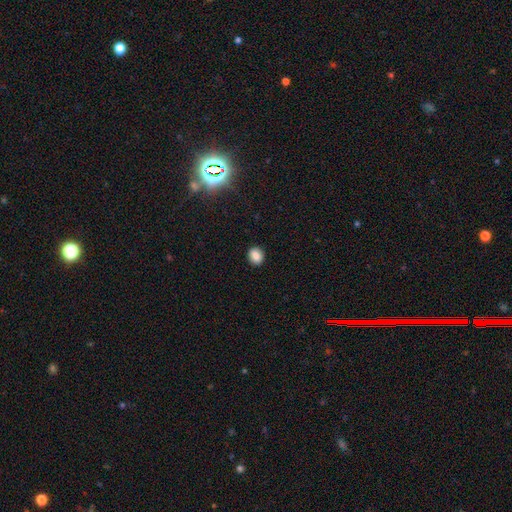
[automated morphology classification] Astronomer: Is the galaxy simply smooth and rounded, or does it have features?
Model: smooth — 85%.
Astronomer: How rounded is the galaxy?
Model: round — 58% (runner-up: in between, 40%).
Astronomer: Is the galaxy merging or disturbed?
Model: none — 90%.